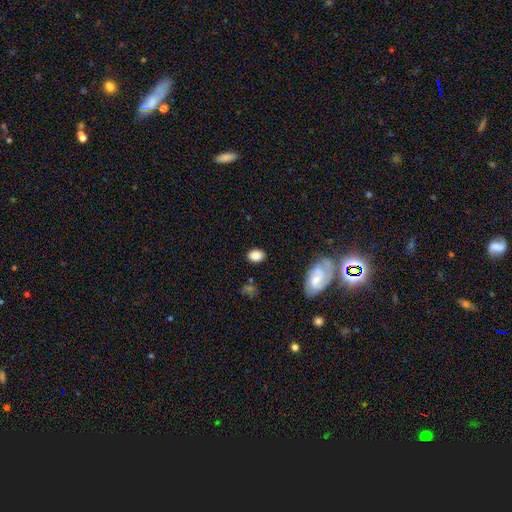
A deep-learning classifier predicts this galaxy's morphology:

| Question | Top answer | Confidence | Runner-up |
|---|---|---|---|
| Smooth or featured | smooth | 84% | star or artifact (8%) |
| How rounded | in between | 79% | round (20%) |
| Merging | none | 83% | minor disturbance (11%) |